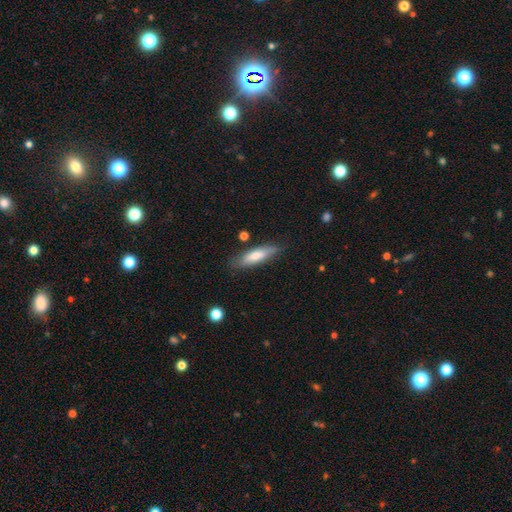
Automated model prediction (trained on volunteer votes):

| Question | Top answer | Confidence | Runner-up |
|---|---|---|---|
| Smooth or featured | smooth | 72% | featured or disk (22%) |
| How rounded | cigar-shaped | 64% | in between (34%) |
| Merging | none | 79% | minor disturbance (15%) |